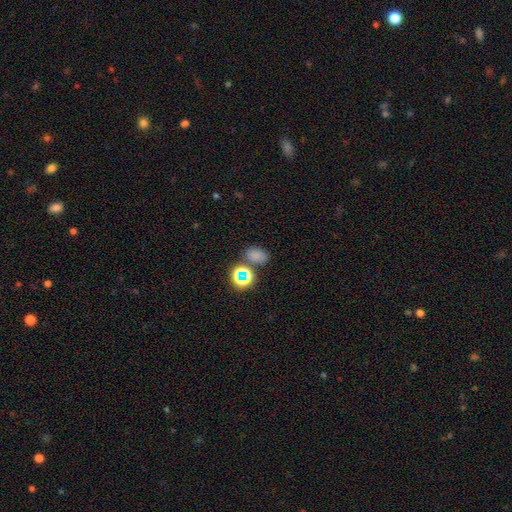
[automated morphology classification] Smooth or featured?
  - smooth: 68% *
  - star or artifact: 25%
  - featured or disk: 7%
How rounded?
  - in between: 72% *
  - round: 27%
  - cigar-shaped: 1%
Merging?
  - none: 66% *
  - merger: 15%
  - minor disturbance: 13%
  - major disturbance: 5%